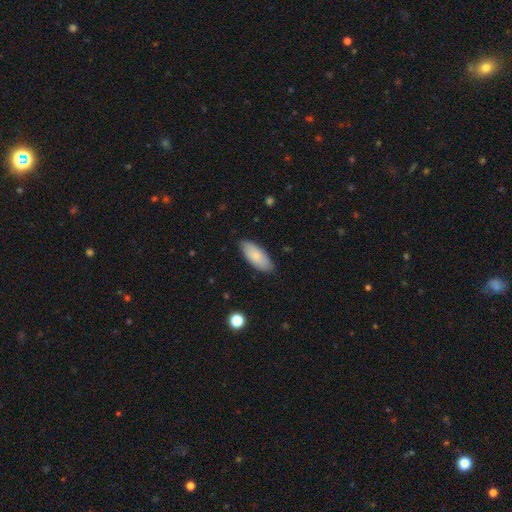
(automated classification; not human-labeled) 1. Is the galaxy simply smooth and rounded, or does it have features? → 82% smooth, 12% featured or disk, 6% star or artifact.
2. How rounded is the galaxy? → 86% in between, 12% cigar-shaped, 2% round.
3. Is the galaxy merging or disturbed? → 83% none, 14% minor disturbance, 2% major disturbance, 1% merger.